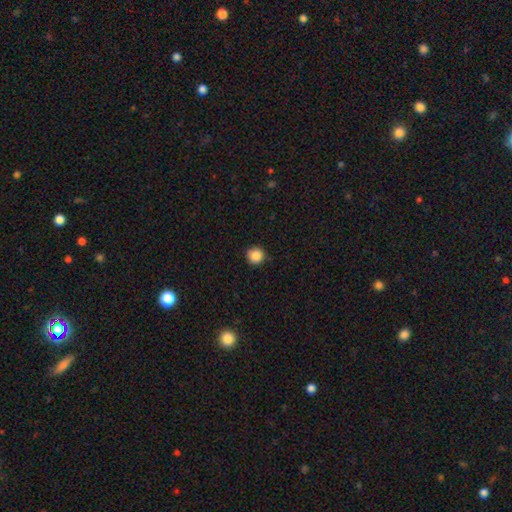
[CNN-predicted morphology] Overall: smooth (87%). How rounded: round (94%). Merging: none (88%).